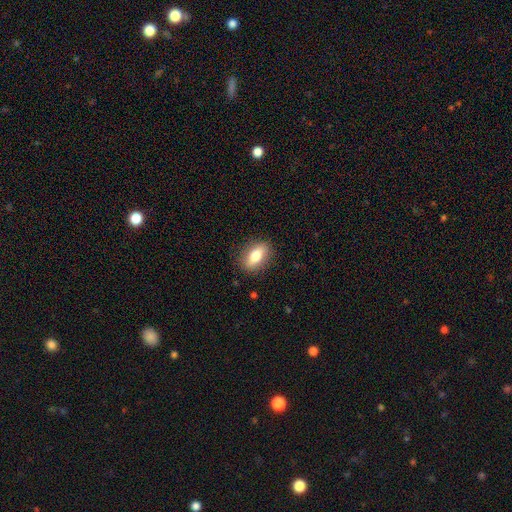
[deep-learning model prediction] Morphology: type=smooth (75%); roundness=in between (82%); merging=none (86%).